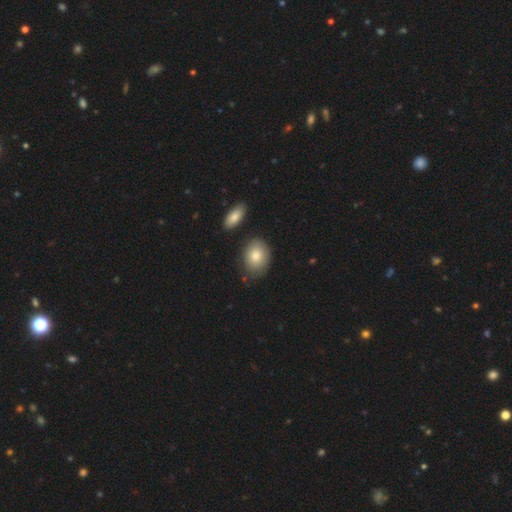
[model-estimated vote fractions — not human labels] smooth_or_featured: smooth (p=0.80) [alt: featured or disk p=0.13]
how_rounded: in between (p=0.66) [alt: round p=0.33]
merging: none (p=0.76) [alt: minor disturbance p=0.16]